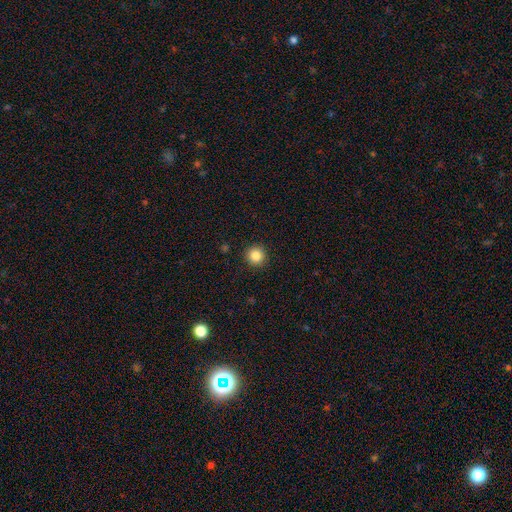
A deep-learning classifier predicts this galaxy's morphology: Q: Smooth or featured?
A: smooth (85%); runner-up: star or artifact (11%)
Q: How rounded?
A: round (95%); runner-up: in between (4%)
Q: Merging?
A: none (93%); runner-up: minor disturbance (5%)